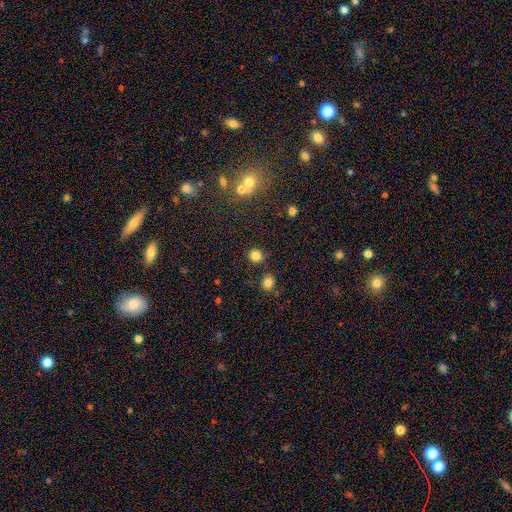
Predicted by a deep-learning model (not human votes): smooth 81%, star or artifact 14%, featured or disk 5%. Down the decision tree: how rounded — round (90%); merging — none (81%).